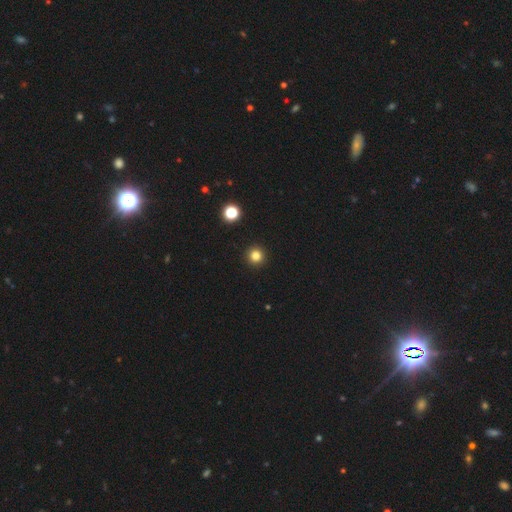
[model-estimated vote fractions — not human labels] Q: Smooth or featured?
A: smooth (82%); runner-up: star or artifact (14%)
Q: How rounded?
A: round (96%); runner-up: in between (3%)
Q: Merging?
A: none (94%); runner-up: minor disturbance (4%)